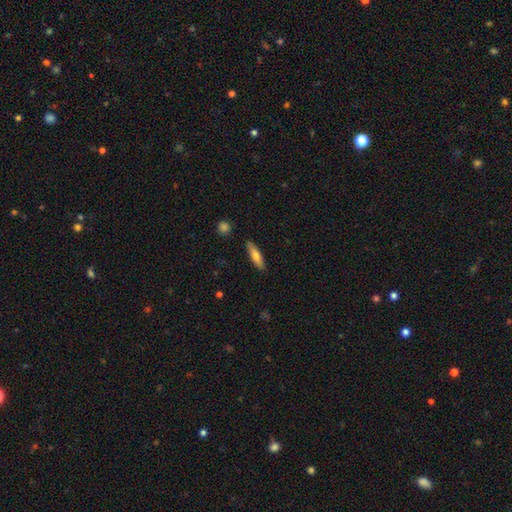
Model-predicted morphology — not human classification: A smooth galaxy with no disk features (67%) that is cigar-shaped (67%).

Vote fractions:
- Smooth or featured? smooth: 67% / featured or disk: 27% / star or artifact: 6%
- How rounded? cigar-shaped: 67% / in between: 31% / round: 2%
- Merging? none: 88% / minor disturbance: 9% / major disturbance: 2% / merger: 1%